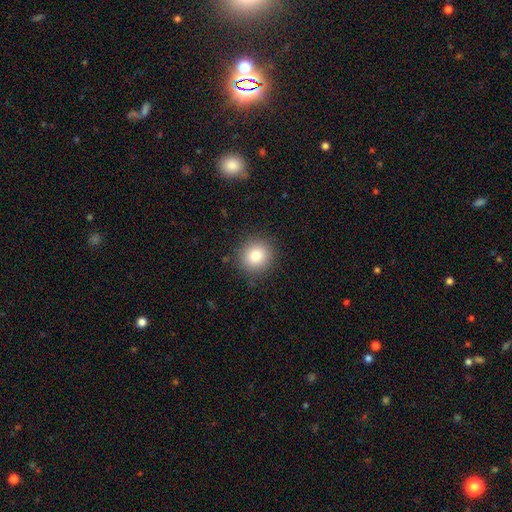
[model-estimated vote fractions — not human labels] Overall: smooth (83%). How rounded: round (88%). Merging: none (88%).